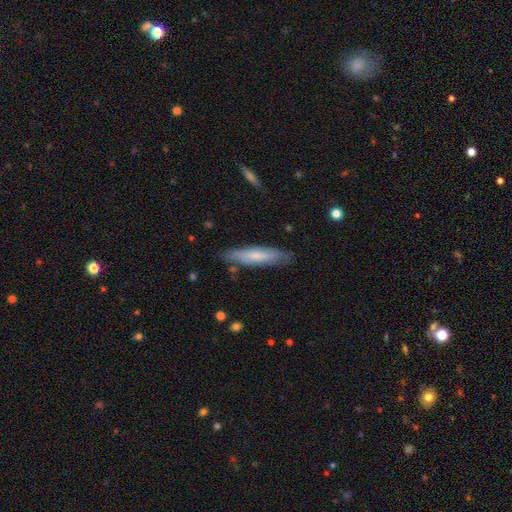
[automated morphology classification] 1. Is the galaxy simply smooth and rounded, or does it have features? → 61% smooth, 33% featured or disk, 6% star or artifact.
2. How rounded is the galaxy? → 76% cigar-shaped, 23% in between, 1% round.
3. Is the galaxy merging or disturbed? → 80% none, 15% minor disturbance, 3% major disturbance, 2% merger.